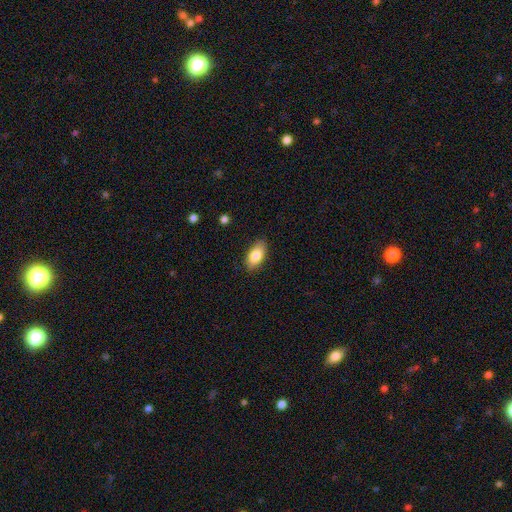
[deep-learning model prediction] Smooth or featured: smooth — 82% (featured or disk — 12%)
How rounded: in between — 90% (cigar-shaped — 6%)
Merging: none — 86% (minor disturbance — 11%)